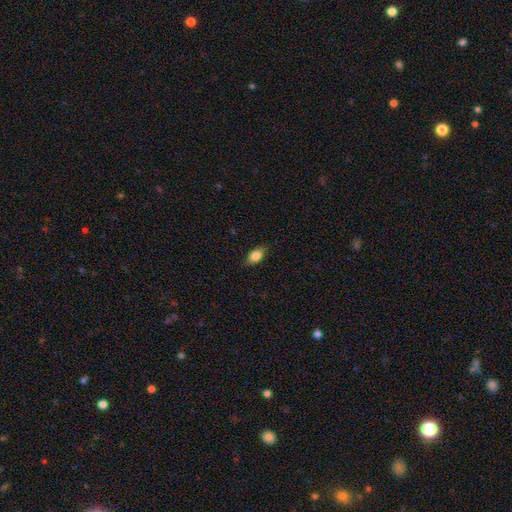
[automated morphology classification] Smooth or featured?
  - smooth: 83% *
  - featured or disk: 9%
  - star or artifact: 8%
How rounded?
  - in between: 85% *
  - round: 11%
  - cigar-shaped: 4%
Merging?
  - none: 81% *
  - minor disturbance: 15%
  - major disturbance: 3%
  - merger: 1%